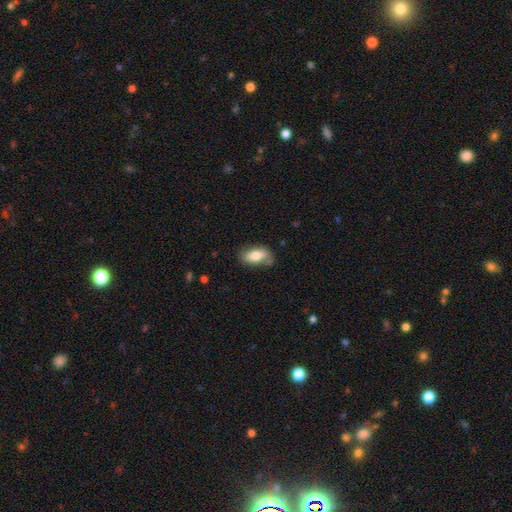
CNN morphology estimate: smooth_or_featured: smooth (p=0.76) [alt: featured or disk p=0.17]
how_rounded: in between (p=0.89) [alt: cigar-shaped p=0.07]
merging: none (p=0.68) [alt: minor disturbance p=0.22]